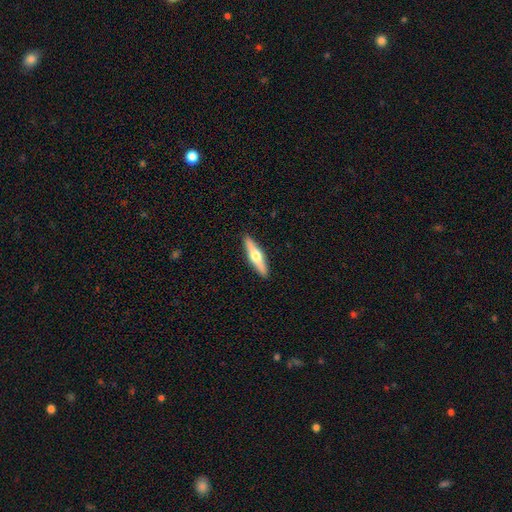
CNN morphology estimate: This is possibly a featured or disk galaxy (56%). It is clearly viewed edge-on (95%). Edge-on bulge: clearly rounded (95%). Merging: clearly none (92%).